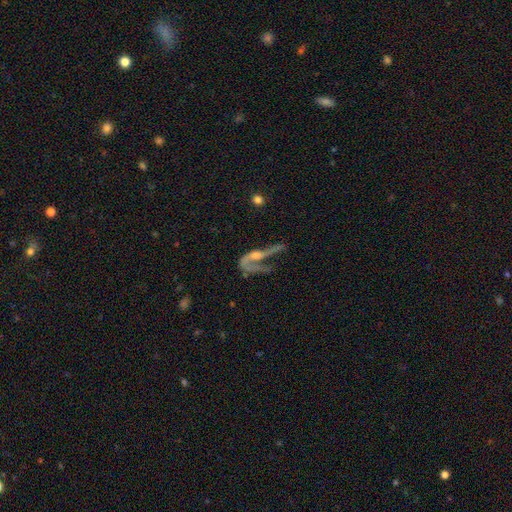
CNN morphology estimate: This appears to be a featured or disk galaxy (74%) with no bar (59%), spiral arms (70%) and a small central bulge (45%). Merging: major disturbance (49%).